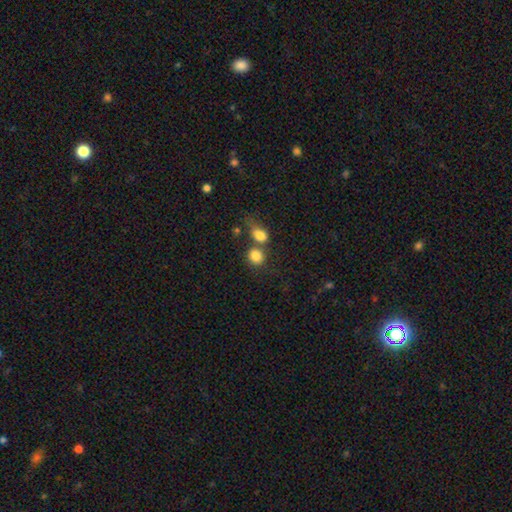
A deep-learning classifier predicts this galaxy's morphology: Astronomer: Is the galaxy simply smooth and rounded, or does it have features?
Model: smooth — 83%.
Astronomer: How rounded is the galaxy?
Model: round — 76%.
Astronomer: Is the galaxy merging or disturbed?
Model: none — 46% (runner-up: merger, 39%).